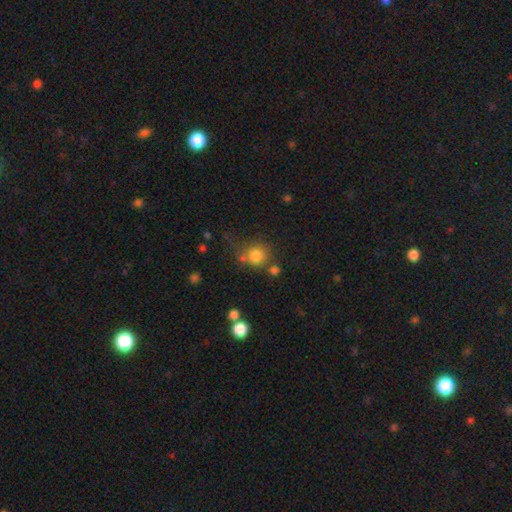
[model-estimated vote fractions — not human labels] The model was most divided on "merging": none: 64%, minor disturbance: 15%, merger: 13%, major disturbance: 8%. More confident: how rounded — round (89%); smooth or featured — smooth (80%).